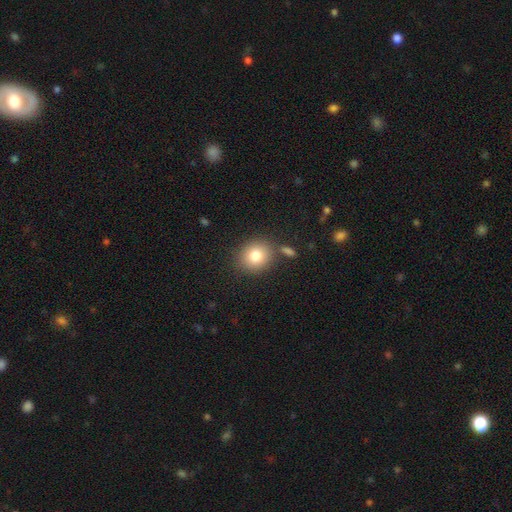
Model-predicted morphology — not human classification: Smooth or featured?
  - smooth: 80% *
  - star or artifact: 10%
  - featured or disk: 10%
How rounded?
  - round: 74% *
  - in between: 25%
  - cigar-shaped: 1%
Merging?
  - none: 78% *
  - minor disturbance: 10%
  - merger: 8%
  - major disturbance: 4%